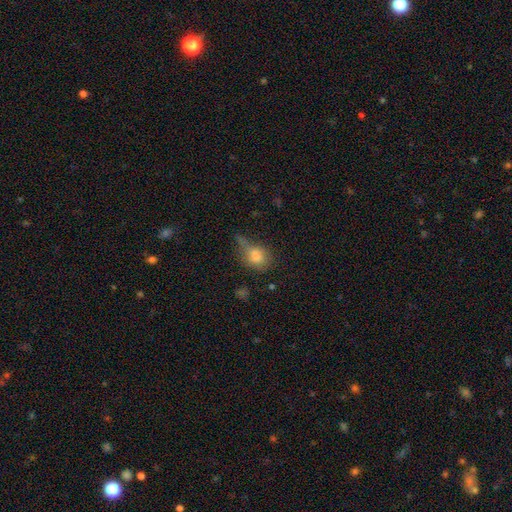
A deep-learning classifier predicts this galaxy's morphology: This appears to be a smooth galaxy with no disk features (77%) that is in between round and cigar-shaped (60%). Merging: none (30%, tied with minor disturbance).